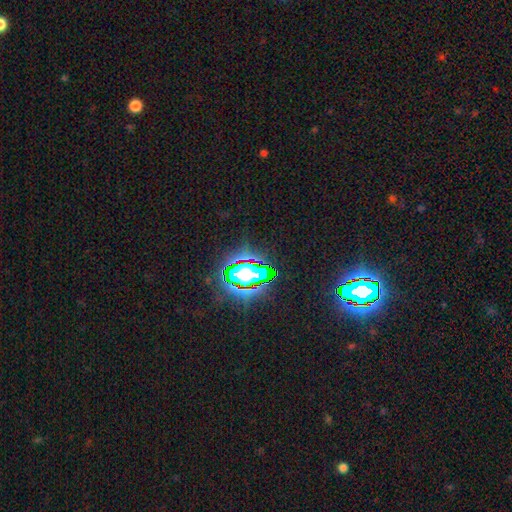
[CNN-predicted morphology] Q: Smooth or featured?
A: star or artifact (83%); runner-up: smooth (11%)